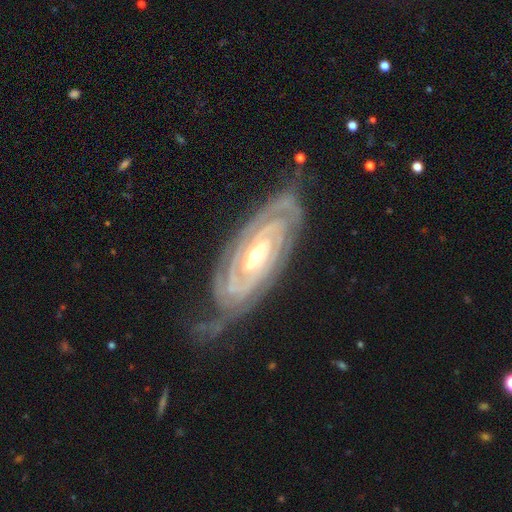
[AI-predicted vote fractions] Q: Smooth or featured?
A: featured or disk (90%); runner-up: smooth (6%)
Q: Edge-on disk?
A: no (93%); runner-up: yes (7%)
Q: Bar?
A: no (45%); runner-up: weak (30%)
Q: Spiral arms?
A: yes (96%); runner-up: no (4%)
Q: Spiral winding?
A: tight (81%); runner-up: medium (15%)
Q: Spiral arm count?
A: 2 (43%); runner-up: can't tell (21%)
Q: Bulge size?
A: moderate (58%); runner-up: small (37%)
Q: Merging?
A: none (67%); runner-up: minor disturbance (21%)